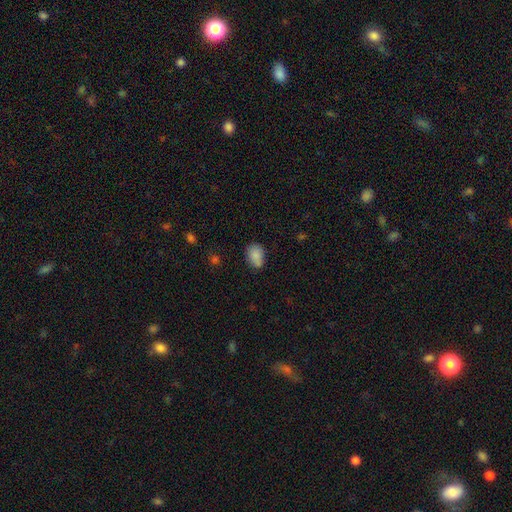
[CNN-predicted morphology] type=smooth (85%); roundness=in between (76%); merging=none (65%).